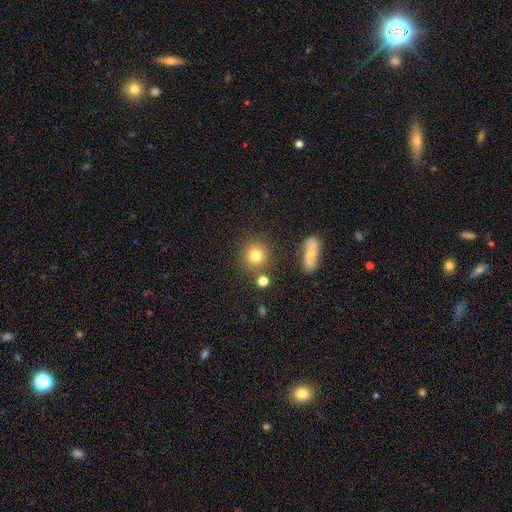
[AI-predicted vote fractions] Smooth or featured?
  - smooth: 79% *
  - star or artifact: 12%
  - featured or disk: 9%
How rounded?
  - round: 90% *
  - in between: 9%
  - cigar-shaped: 1%
Merging?
  - none: 79% *
  - minor disturbance: 9%
  - merger: 8%
  - major disturbance: 3%